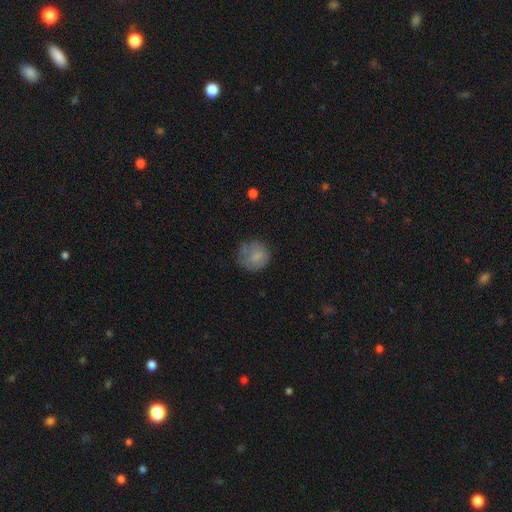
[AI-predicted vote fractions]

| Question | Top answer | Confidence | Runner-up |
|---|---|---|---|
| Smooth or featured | smooth | 72% | featured or disk (19%) |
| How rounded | round | 84% | in between (16%) |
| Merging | none | 57% | minor disturbance (26%) |